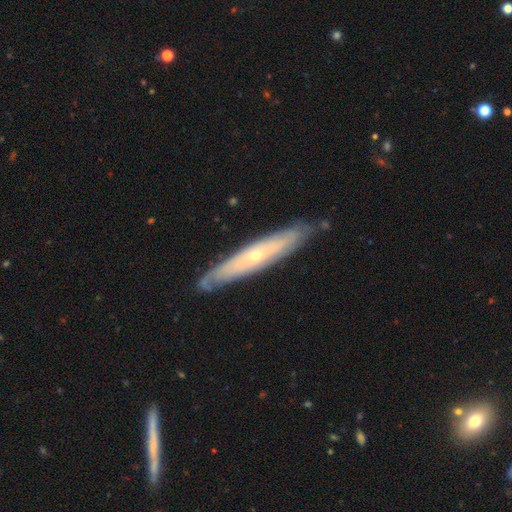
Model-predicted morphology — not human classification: This appears to be a featured or disk galaxy (70%) viewed edge-on (61%). Merging: none (82%).